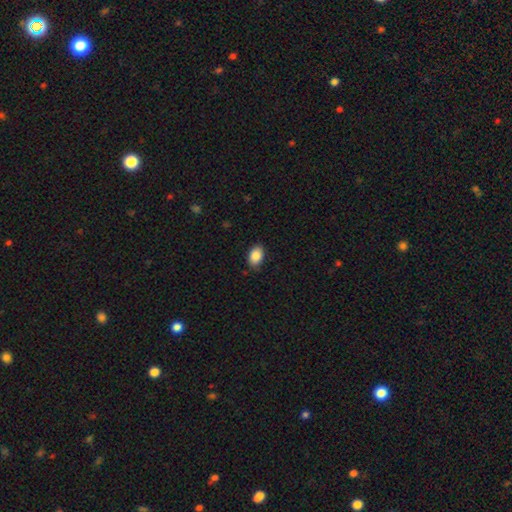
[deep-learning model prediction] This appears to be a smooth galaxy with no disk features (88%) that is in between round and cigar-shaped (85%). Merging: none (83%).